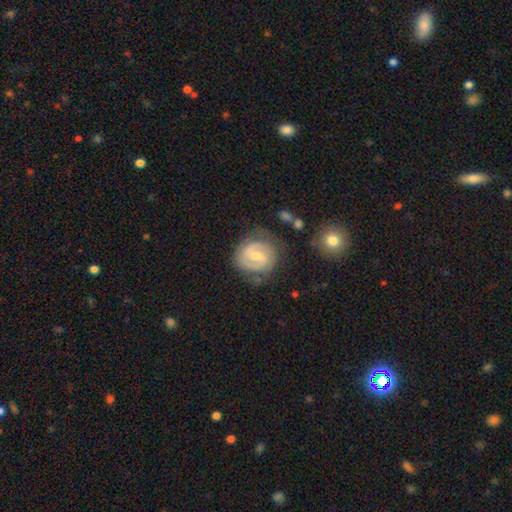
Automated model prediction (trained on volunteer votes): A featured or disk galaxy (72%) with a weak bar (57%), 2 (78%) tight (47%) spiral arms (87%) and a moderate central bulge (56%).

Vote fractions:
- Smooth or featured? featured or disk: 72% / smooth: 22% / star or artifact: 6%
- Edge-on disk? no: 98% / yes: 2%
- Bar? weak: 57% / no: 25% / strong: 18%
- Spiral arms? yes: 87% / no: 13%
- Spiral winding? tight: 47% / medium: 40% / loose: 13%
- Spiral arm count? 2: 78% / can't tell: 13% / 1: 4% / 3: 3% / 4: 1% / more than 4: 1%
- Bulge size? moderate: 56% / small: 38% / large: 3% / none: 2% / dominant: 1%
- Merging? none: 71% / minor disturbance: 19% / major disturbance: 8% / merger: 3%